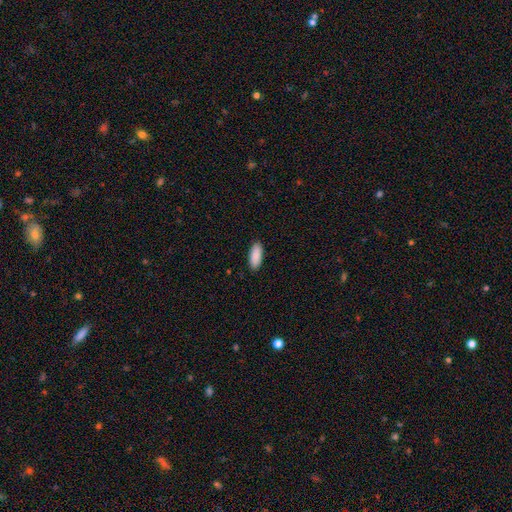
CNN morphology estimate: Smooth or featured? Predicted: smooth (p=0.91). How rounded? Predicted: in between (p=0.82). Merging? Predicted: none (p=0.90).